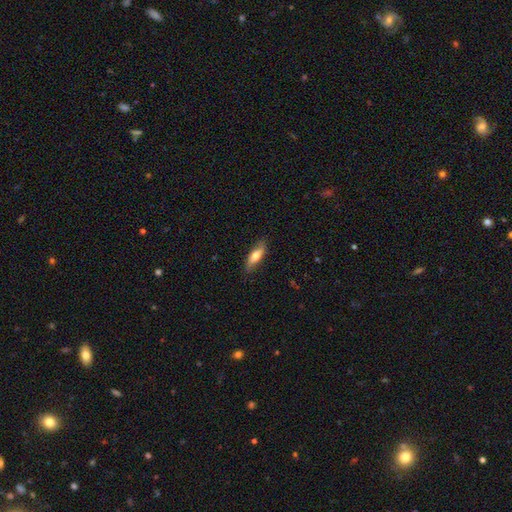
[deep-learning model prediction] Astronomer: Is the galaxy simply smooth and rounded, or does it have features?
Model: smooth — 59% (runner-up: featured or disk, 35%).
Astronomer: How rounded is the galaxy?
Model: in between — 53% (runner-up: cigar-shaped, 44%).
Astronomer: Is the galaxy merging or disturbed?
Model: none — 81%.